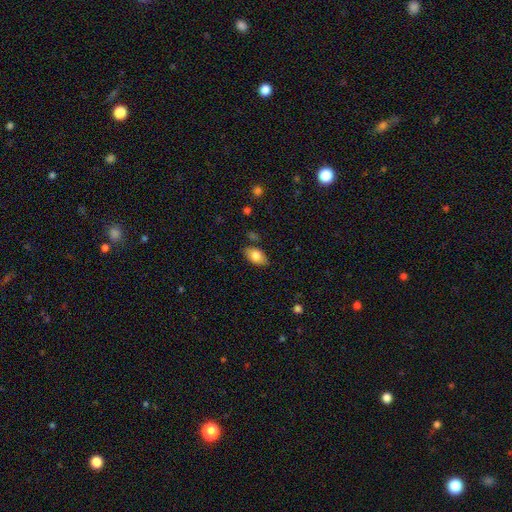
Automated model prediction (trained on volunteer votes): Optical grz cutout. It shows a smooth galaxy with no disk features (78%) that is in between round and cigar-shaped (91%). Merging: none (79%).